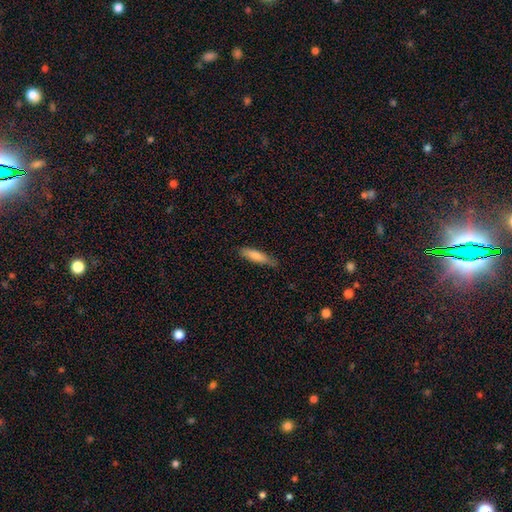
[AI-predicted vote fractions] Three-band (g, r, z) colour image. It shows a smooth galaxy with no disk features (79%) that is cigar-shaped (74%). Merging: none (76%).